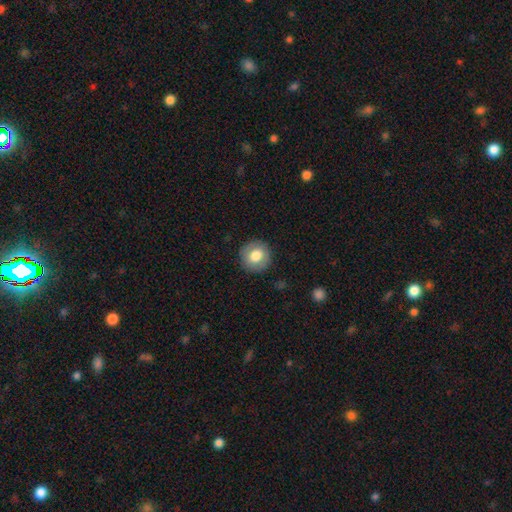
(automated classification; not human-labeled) smooth-or-featured: smooth: 77% | featured or disk: 15% | star or artifact: 8%
  how-rounded: round: 92% | in between: 7% | cigar-shaped: 1%
  merging: none: 90% | minor disturbance: 7% | major disturbance: 2% | merger: 1%